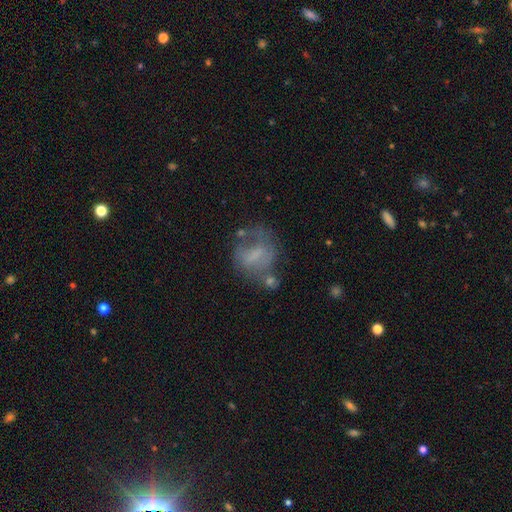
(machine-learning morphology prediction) type=featured or disk (47%); merging=none (41%).